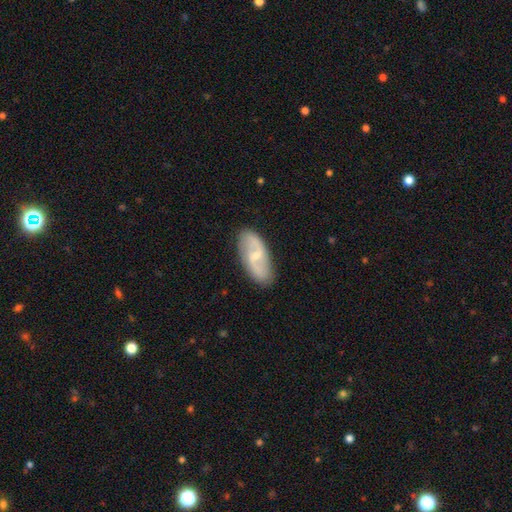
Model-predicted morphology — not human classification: type=featured or disk (71%); edge-on=no (93%); bar=weak (51%); spiral arms=yes (88%); winding=loose (54%); arm count=2 (88%); bulge=small (65%); merging=none (83%).